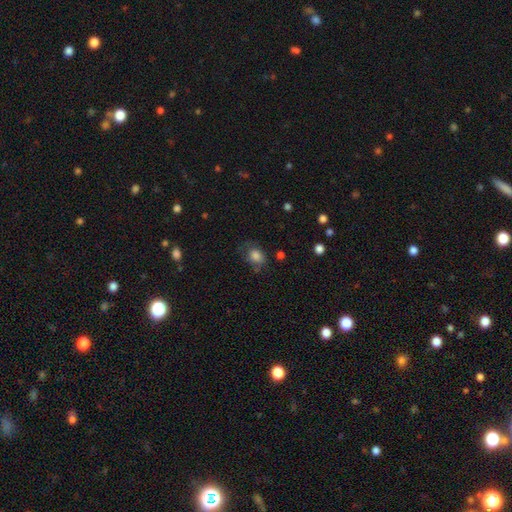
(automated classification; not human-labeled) Overall: smooth (80%). How rounded: in between (51%; round 48%). Merging: none (55%; minor disturbance 28%).